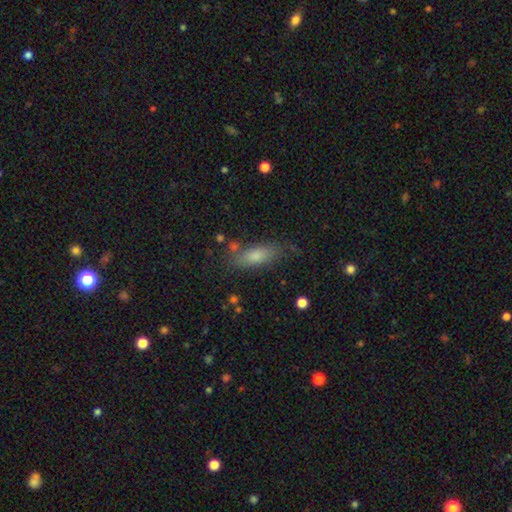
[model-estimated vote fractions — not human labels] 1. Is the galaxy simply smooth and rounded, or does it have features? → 75% smooth, 16% featured or disk, 8% star or artifact.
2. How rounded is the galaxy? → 65% in between, 32% cigar-shaped, 3% round.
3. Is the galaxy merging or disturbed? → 68% none, 20% minor disturbance, 7% major disturbance, 5% merger.